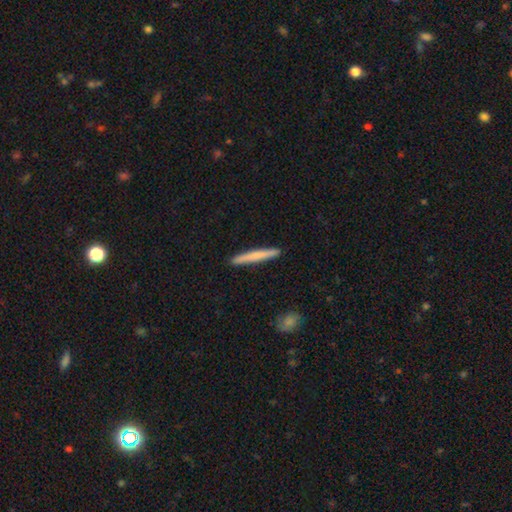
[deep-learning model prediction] Smooth or featured? Predicted: smooth (p=0.69). How rounded? Predicted: cigar-shaped (p=0.97). Merging? Predicted: none (p=0.92).